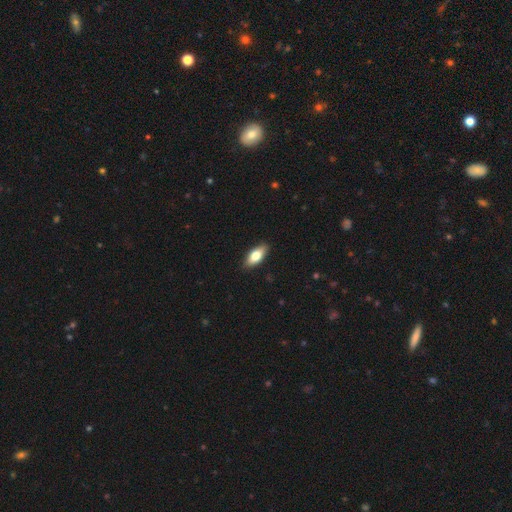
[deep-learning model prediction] Smooth or featured? smooth (76%)
How rounded? in between (83%)
Merging? none (88%)